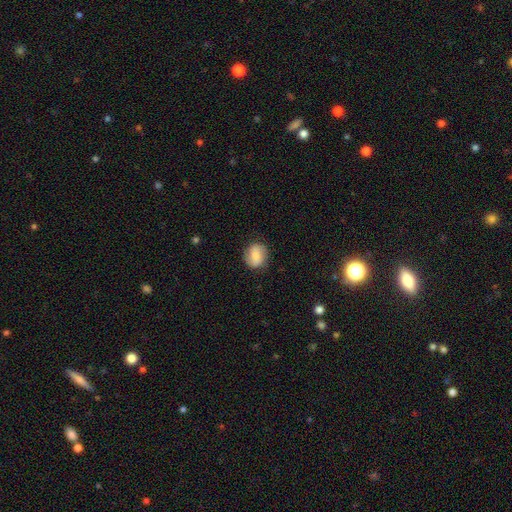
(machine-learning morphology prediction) smooth_or_featured: smooth (p=0.62) [alt: featured or disk p=0.29]
how_rounded: round (p=0.74) [alt: in between p=0.25]
merging: none (p=0.83) [alt: minor disturbance p=0.12]